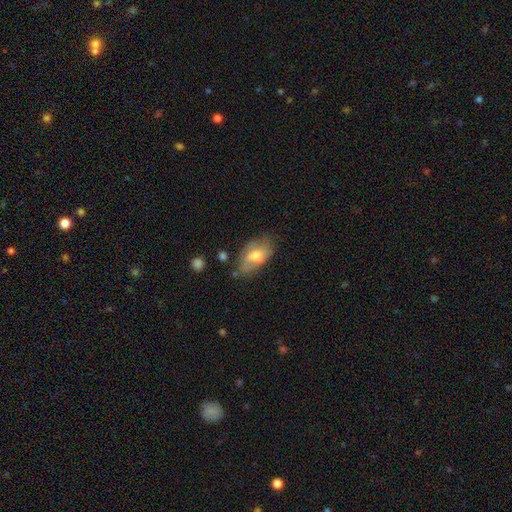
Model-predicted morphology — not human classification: This is possibly a smooth galaxy (58%). How rounded: clearly in between (91%). Merging: possibly none (52%).